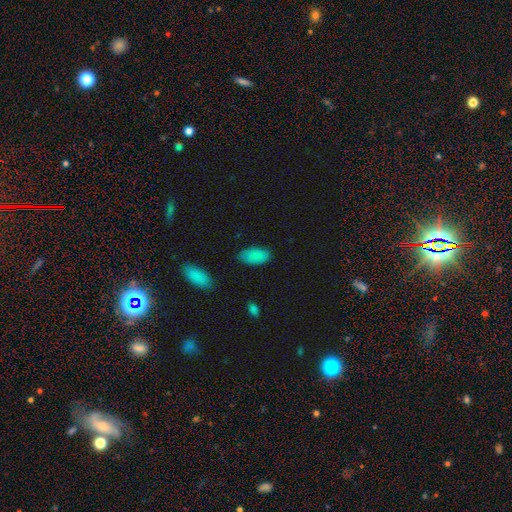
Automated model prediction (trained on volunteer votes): A smooth galaxy with no disk features (87%) that is in between round and cigar-shaped (94%).

Vote fractions:
- Smooth or featured? smooth: 87% / star or artifact: 8% / featured or disk: 5%
- How rounded? in between: 94% / cigar-shaped: 3% / round: 3%
- Merging? none: 80% / minor disturbance: 15% / major disturbance: 3% / merger: 2%